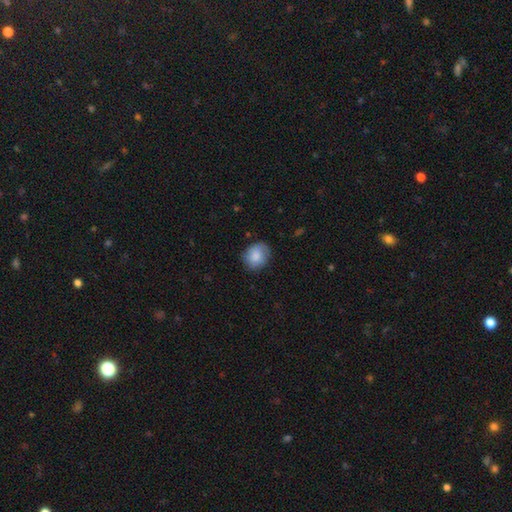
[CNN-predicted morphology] Smooth or featured? smooth (80%)
How rounded? round (63%)
Merging? none (72%)